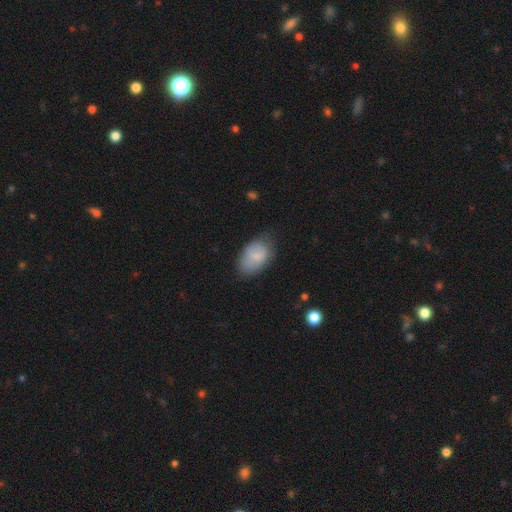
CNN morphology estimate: The model was most divided on "merging": none: 63%, minor disturbance: 28%, major disturbance: 7%, merger: 2%. More confident: how rounded — in between (90%); smooth or featured — smooth (79%).